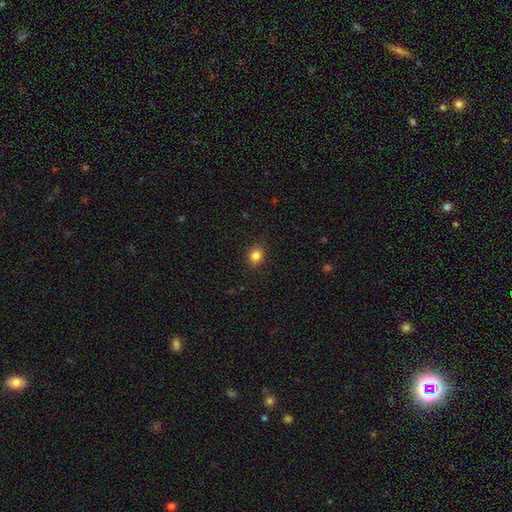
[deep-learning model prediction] The model was most divided on "how rounded": round: 66%, in between: 33%, cigar-shaped: 1%. More confident: merging — none (88%); smooth or featured — smooth (85%).